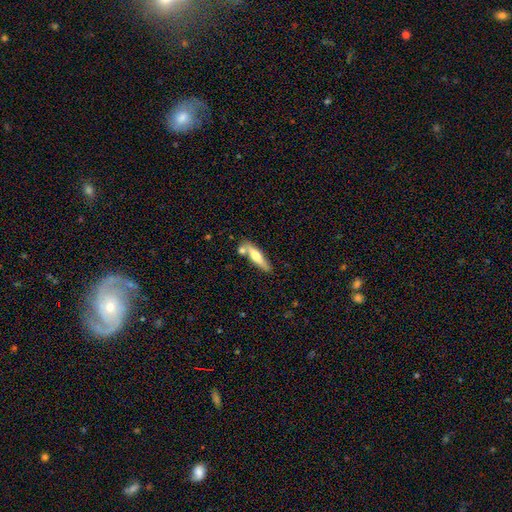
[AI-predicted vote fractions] Smooth or featured? Predicted: smooth (p=0.54). How rounded? Predicted: cigar-shaped (p=0.72). Merging? Predicted: none (p=0.66).